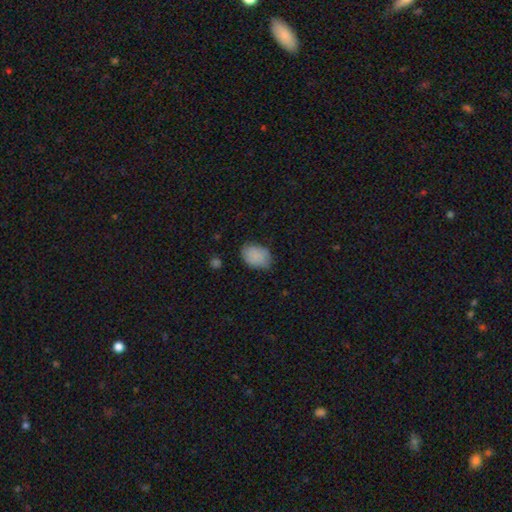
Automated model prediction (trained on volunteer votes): smooth-or-featured: smooth: 85% | star or artifact: 8% | featured or disk: 7%
  how-rounded: in between: 77% | round: 22% | cigar-shaped: 1%
  merging: none: 69% | minor disturbance: 24% | major disturbance: 5% | merger: 2%